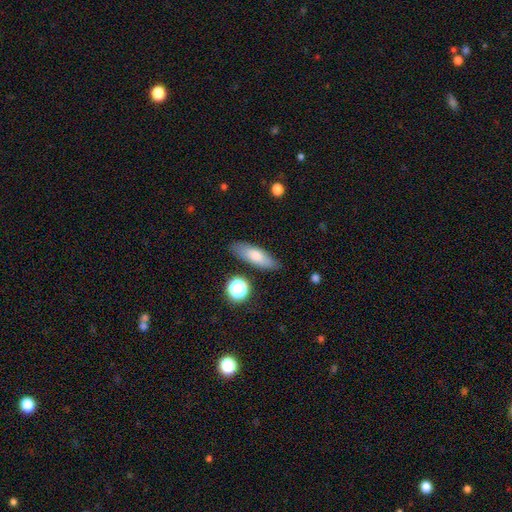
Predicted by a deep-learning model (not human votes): Q: Smooth or featured?
A: smooth (70%); runner-up: featured or disk (22%)
Q: How rounded?
A: in between (50%); runner-up: cigar-shaped (46%)
Q: Merging?
A: none (84%); runner-up: minor disturbance (10%)